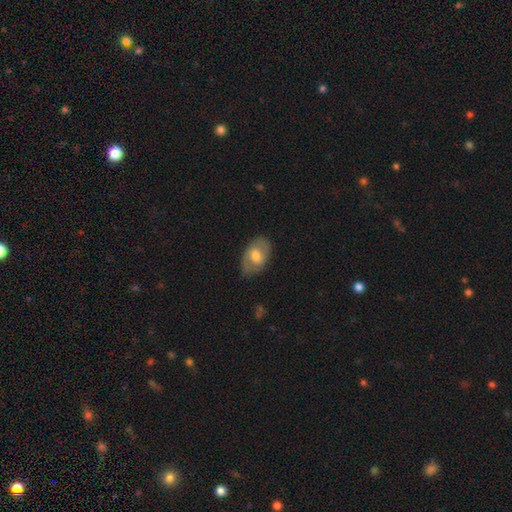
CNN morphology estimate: smooth_or_featured: smooth (p=0.49) [alt: featured or disk p=0.45]
merging: none (p=0.78) [alt: minor disturbance p=0.17]